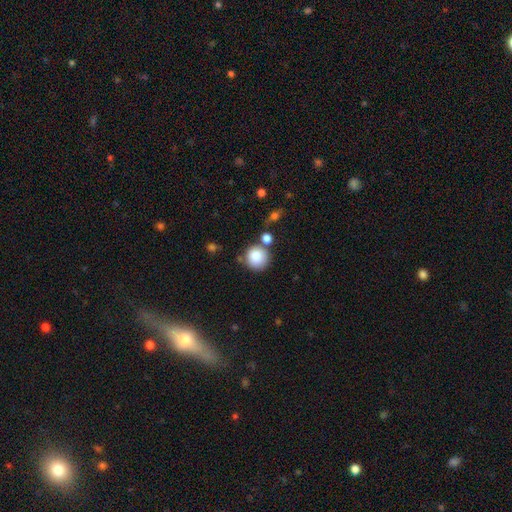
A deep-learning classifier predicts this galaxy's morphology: Overall: smooth (85%). How rounded: round (92%). Merging: none (68%).